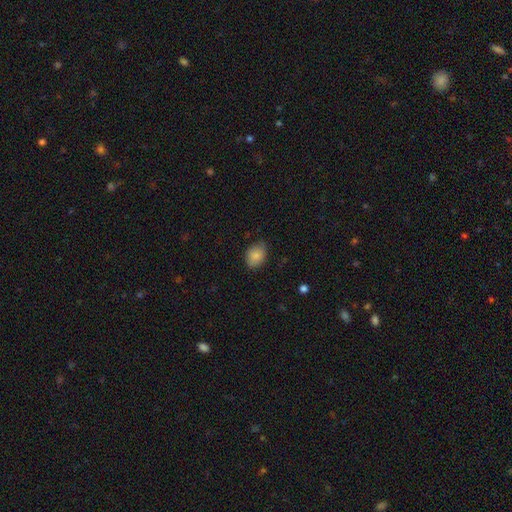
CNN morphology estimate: A smooth galaxy with no disk features (86%) that is in between round and cigar-shaped (76%).

Vote fractions:
- Smooth or featured? smooth: 86% / star or artifact: 8% / featured or disk: 6%
- How rounded? in between: 76% / round: 23% / cigar-shaped: 1%
- Merging? none: 79% / minor disturbance: 17% / major disturbance: 3% / merger: 1%